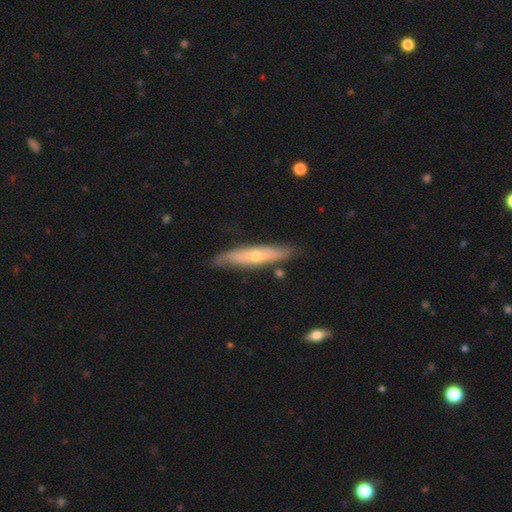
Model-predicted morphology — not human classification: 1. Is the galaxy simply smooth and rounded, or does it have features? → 54% featured or disk, 40% smooth, 6% star or artifact.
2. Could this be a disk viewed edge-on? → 67% yes, 33% no.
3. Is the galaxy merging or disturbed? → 78% none, 17% minor disturbance, 3% major disturbance, 2% merger.